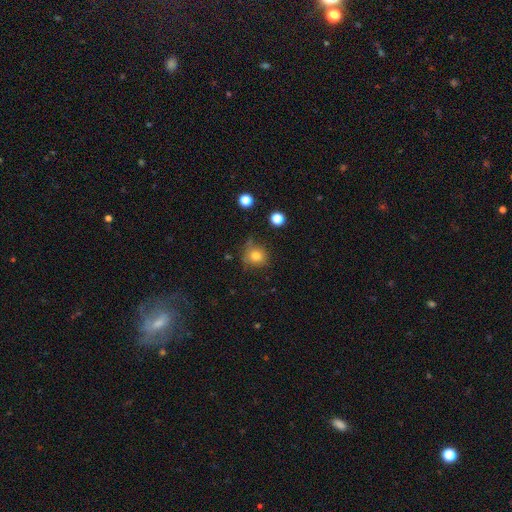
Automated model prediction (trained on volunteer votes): A smooth galaxy with no disk features (78%) that is round (87%).

Vote fractions:
- Smooth or featured? smooth: 78% / star or artifact: 13% / featured or disk: 9%
- How rounded? round: 87% / in between: 12% / cigar-shaped: 1%
- Merging? none: 67% / minor disturbance: 23% / major disturbance: 7% / merger: 3%